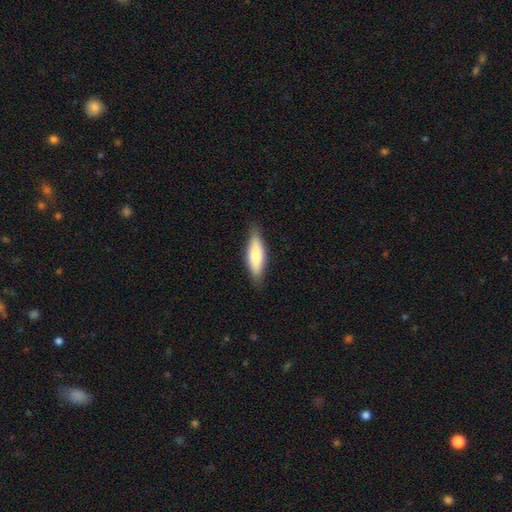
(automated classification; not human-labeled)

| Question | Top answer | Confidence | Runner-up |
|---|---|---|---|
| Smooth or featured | smooth | 78% | featured or disk (17%) |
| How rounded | cigar-shaped | 49% | tied: in between (49%) |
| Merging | none | 83% | minor disturbance (13%) |